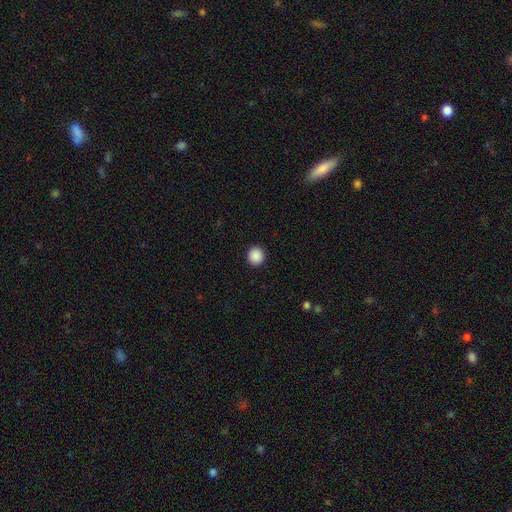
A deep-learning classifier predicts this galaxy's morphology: Smooth or featured? smooth (89%)
How rounded? round (92%)
Merging? none (93%)